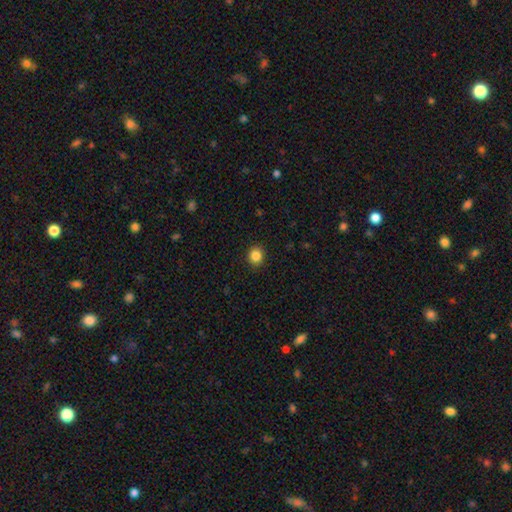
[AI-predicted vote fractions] Smooth or featured? Predicted: smooth (p=0.85). How rounded? Predicted: round (p=0.86). Merging? Predicted: none (p=0.91).